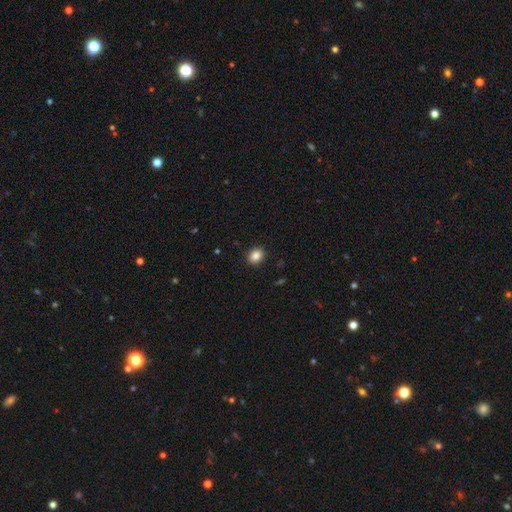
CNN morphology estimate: This appears to be a smooth galaxy with no disk features (86%) that is in between round and cigar-shaped (51%). Merging: none (91%).